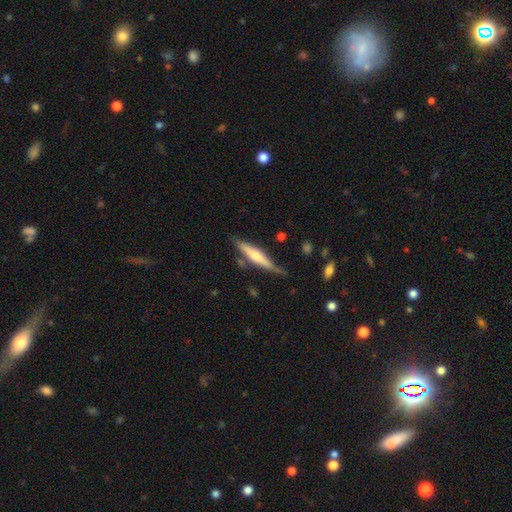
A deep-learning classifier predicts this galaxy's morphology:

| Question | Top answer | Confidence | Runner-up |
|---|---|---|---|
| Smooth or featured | featured or disk | 49% | smooth (45%) |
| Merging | none | 67% | minor disturbance (22%) |